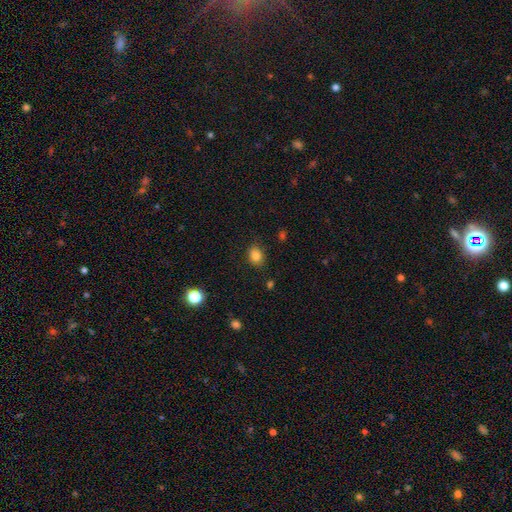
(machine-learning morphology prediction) type=smooth (84%); roundness=in between (57%); merging=none (84%).